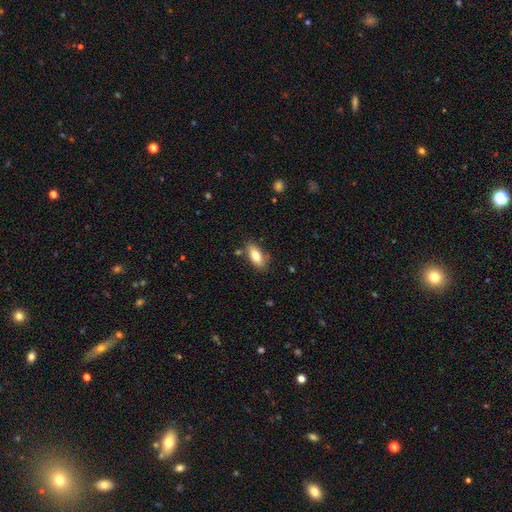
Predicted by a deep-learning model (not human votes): The model was most divided on "smooth or featured": smooth: 76%, featured or disk: 17%, star or artifact: 7%. More confident: how rounded — in between (85%); merging — none (79%).